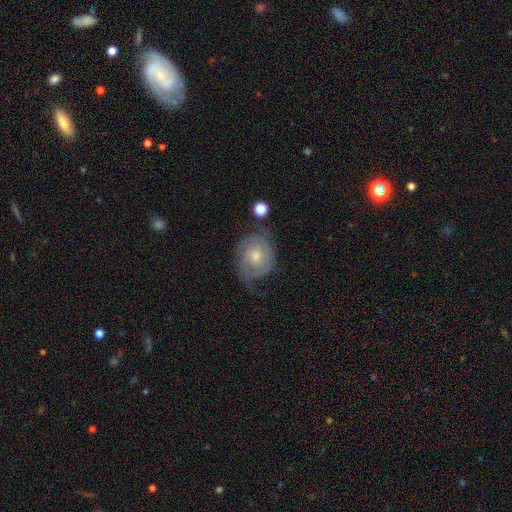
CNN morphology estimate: smooth-or-featured: featured or disk: 69% | smooth: 23% | star or artifact: 9%
  disk-edge-on: no: 97% | yes: 3%
    bar: no: 72% | weak: 25% | strong: 4%
    has-spiral-arms: yes: 88% | no: 12%
      spiral-winding: tight: 53% | medium: 33% | loose: 13%
      spiral-arm-count: 2: 52% | can't tell: 28% | 3: 8% | 1: 7% | 4: 3% | more than 4: 3%
    bulge-size: moderate: 56% | small: 37% | large: 4% | none: 3% | dominant: 1%
  merging: none: 62% | minor disturbance: 23% | major disturbance: 12% | merger: 3%